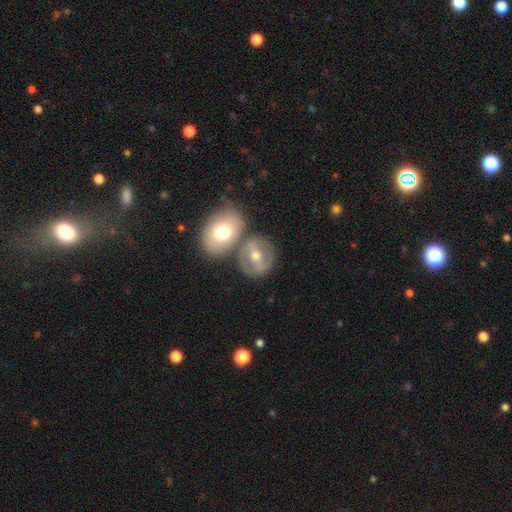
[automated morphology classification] Smooth or featured? featured or disk (52%)
Edge-on disk? no (93%)
Merging? none (61%)